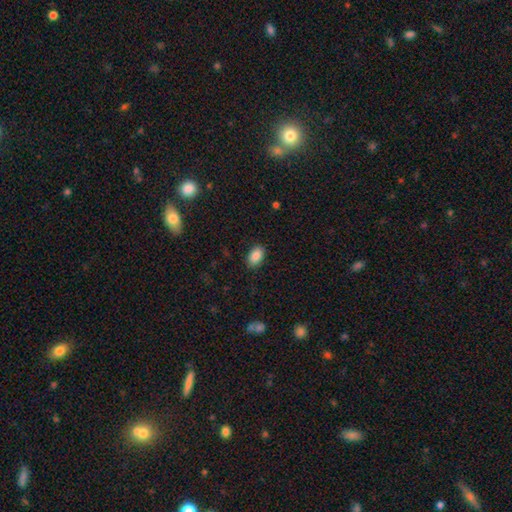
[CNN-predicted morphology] type=smooth (88%); roundness=in between (91%); merging=none (87%).